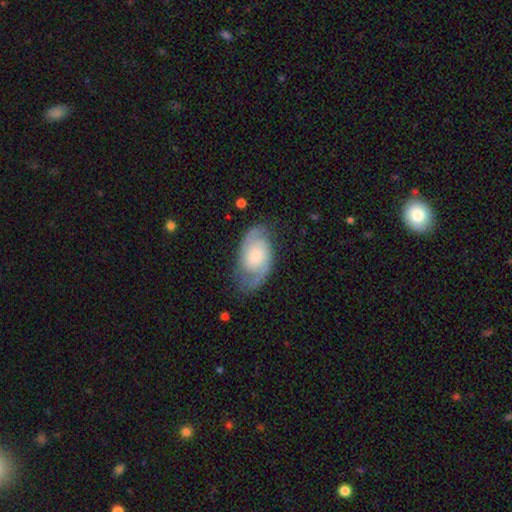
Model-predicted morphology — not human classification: Smooth or featured: featured or disk — 81% (smooth — 14%)
Edge-on disk: no — 97% (yes — 3%)
Bar: no — 68% (weak — 27%)
Spiral arms: yes — 96% (no — 4%)
Spiral winding: medium — 48% (tight — 35%)
Spiral arm count: 2 — 90% (can't tell — 5%)
Bulge size: small — 31% (tied with moderate — 31%)
Merging: none — 74% (minor disturbance — 18%)